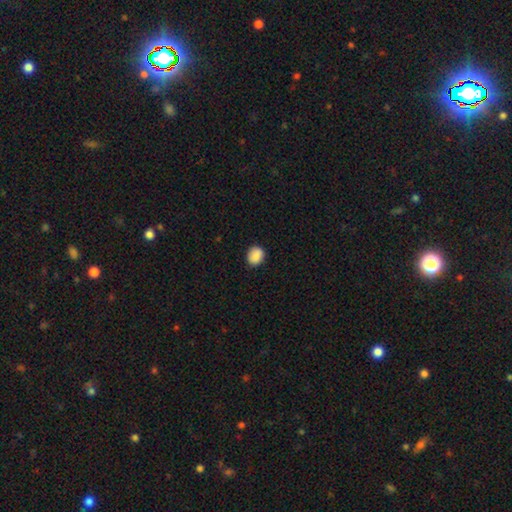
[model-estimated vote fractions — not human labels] smooth-or-featured: smooth: 89% | star or artifact: 8% | featured or disk: 4%
  how-rounded: round: 56% | in between: 43% | cigar-shaped: 1%
  merging: none: 85% | minor disturbance: 11% | major disturbance: 2% | merger: 1%